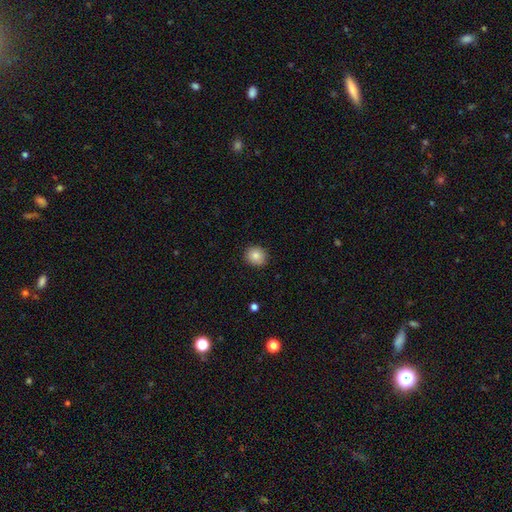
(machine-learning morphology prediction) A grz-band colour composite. It shows a smooth galaxy with no disk features (85%) that is round (85%). Merging: none (90%).